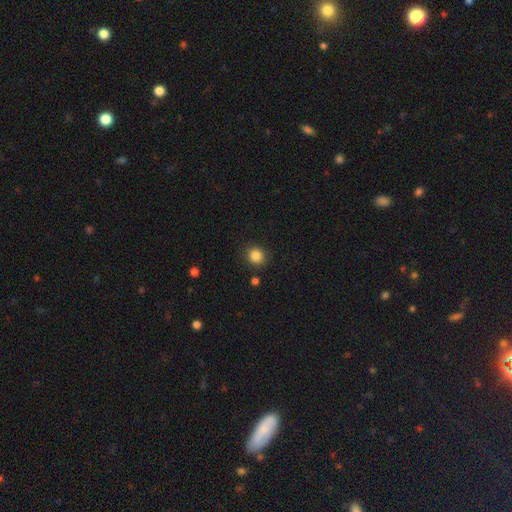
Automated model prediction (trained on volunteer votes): Morphology: type=smooth (85%); roundness=round (87%); merging=none (88%).